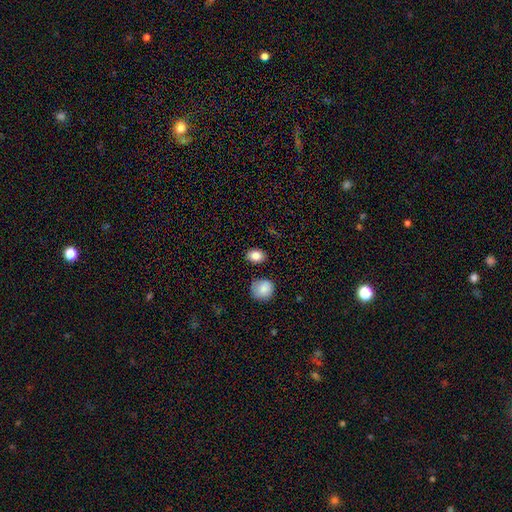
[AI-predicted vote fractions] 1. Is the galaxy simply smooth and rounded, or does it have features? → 86% smooth, 9% star or artifact, 6% featured or disk.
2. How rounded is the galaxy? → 68% in between, 30% round, 1% cigar-shaped.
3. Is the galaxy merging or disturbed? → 83% none, 10% minor disturbance, 4% merger, 3% major disturbance.